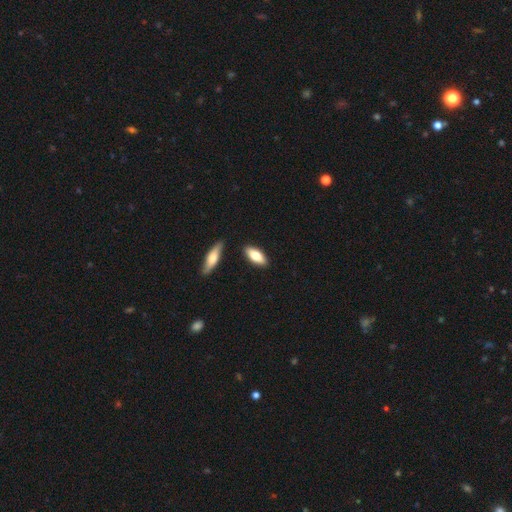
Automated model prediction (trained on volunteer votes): Smooth or featured?
  - smooth: 74% *
  - featured or disk: 20%
  - star or artifact: 5%
How rounded?
  - in between: 75% *
  - cigar-shaped: 23%
  - round: 2%
Merging?
  - none: 85% *
  - minor disturbance: 9%
  - merger: 4%
  - major disturbance: 2%